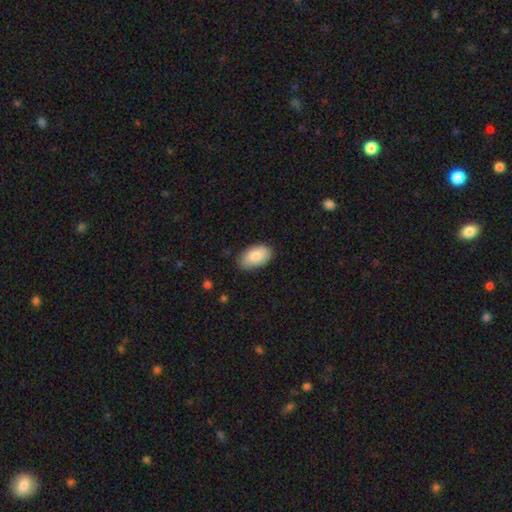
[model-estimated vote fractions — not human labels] Morphology: type=smooth (84%); roundness=in between (94%); merging=none (76%).